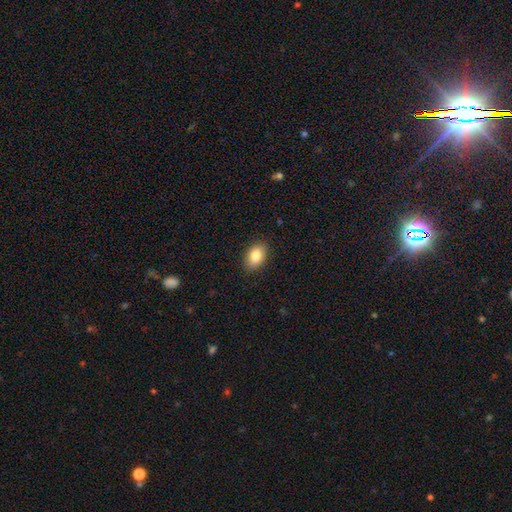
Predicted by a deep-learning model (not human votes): The model was most divided on "how rounded": in between: 88%, round: 11%, cigar-shaped: 1%. More confident: merging — none (88%); smooth or featured — smooth (85%).